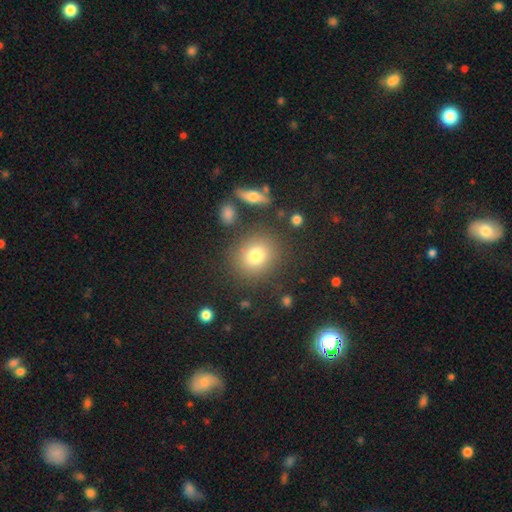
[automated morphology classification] A smooth galaxy with no disk features (77%) that is round (76%).

Vote fractions:
- Smooth or featured? smooth: 77% / star or artifact: 13% / featured or disk: 10%
- How rounded? round: 76% / in between: 22% / cigar-shaped: 1%
- Merging? none: 82% / minor disturbance: 9% / merger: 5% / major disturbance: 4%